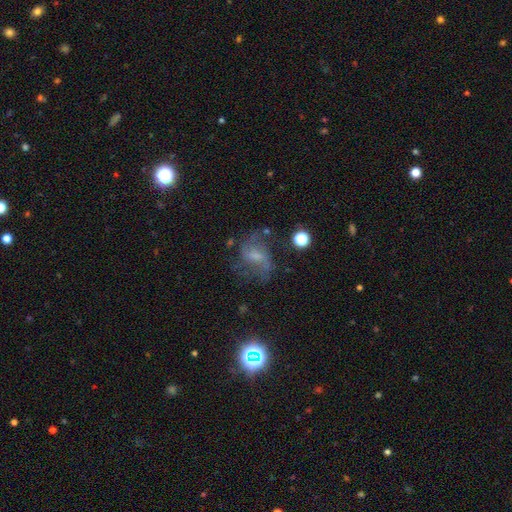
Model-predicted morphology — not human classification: type=featured or disk (64%); edge-on=no (97%); bar=weak (50%); spiral arms=yes (84%); winding=medium (43%, tied with loose); arm count=2 (59%); bulge=small (35%); merging=none (57%).